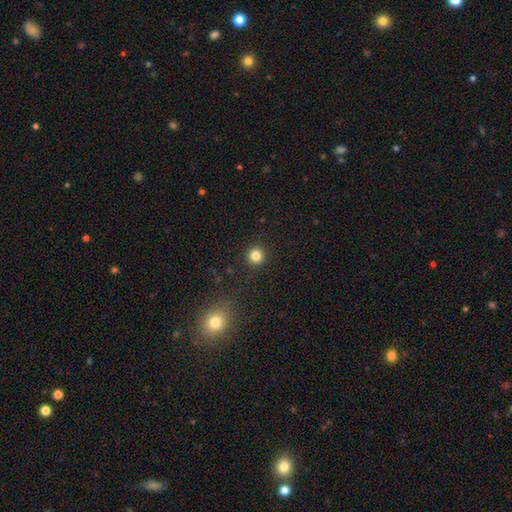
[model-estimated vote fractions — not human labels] A smooth galaxy with no disk features (82%) that is round (95%).

Vote fractions:
- Smooth or featured? smooth: 82% / star or artifact: 13% / featured or disk: 5%
- How rounded? round: 95% / in between: 4% / cigar-shaped: 1%
- Merging? none: 92% / minor disturbance: 5% / major disturbance: 2% / merger: 1%